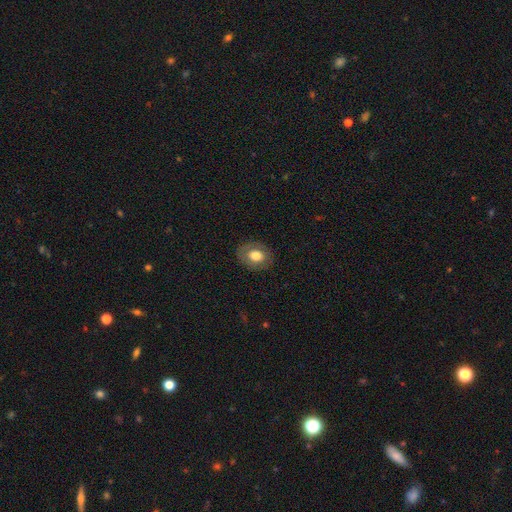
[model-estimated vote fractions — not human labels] A smooth galaxy with no disk features (73%) that is in between round and cigar-shaped (61%). Merging: none (84%).